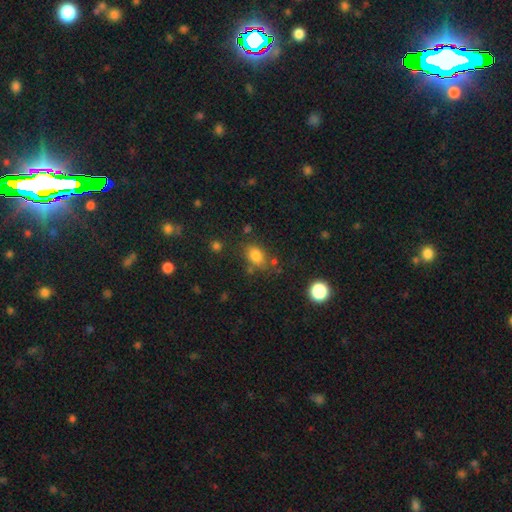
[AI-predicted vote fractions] This is likely a smooth galaxy (79%). How rounded: likely in between (72%). Merging: likely none (69%).